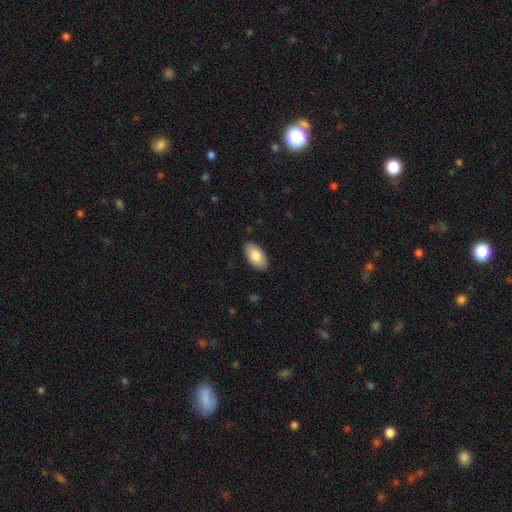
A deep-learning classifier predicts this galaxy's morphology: Smooth or featured? smooth (82%)
How rounded? in between (95%)
Merging? none (89%)